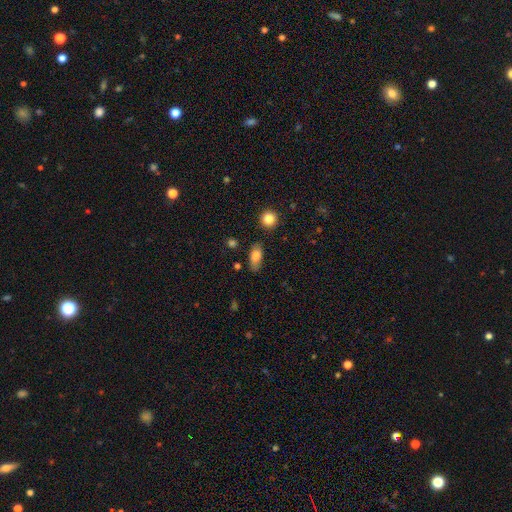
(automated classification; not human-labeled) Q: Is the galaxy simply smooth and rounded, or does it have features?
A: smooth — 81%.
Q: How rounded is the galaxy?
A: in between — 83%.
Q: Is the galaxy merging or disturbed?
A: none — 72%.